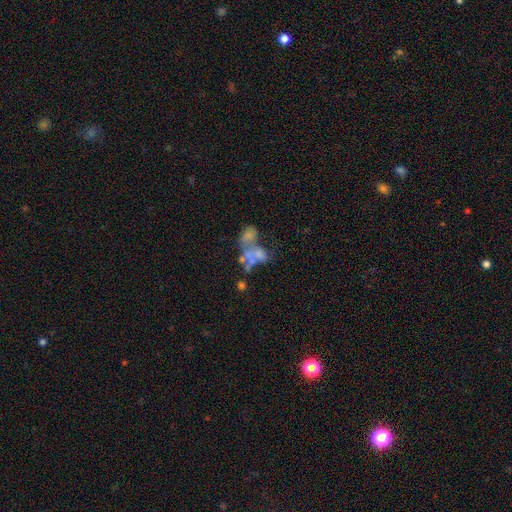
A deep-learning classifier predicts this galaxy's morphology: Q: Smooth or featured?
A: featured or disk (48%); runner-up: smooth (36%)
Q: Merging?
A: merger (59%); runner-up: major disturbance (20%)